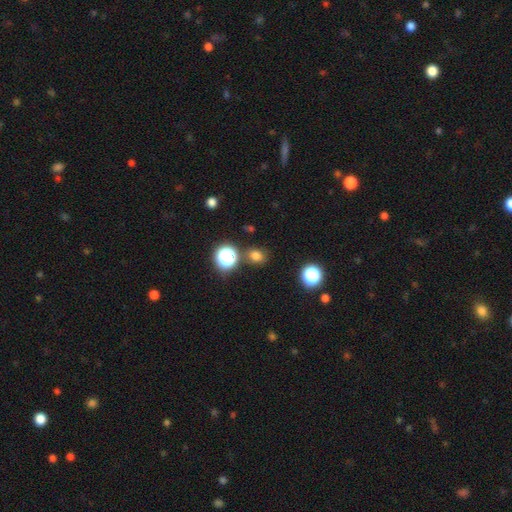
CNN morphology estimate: Overall: smooth (74%). How rounded: round (65%; in between 33%). Merging: none (80%).